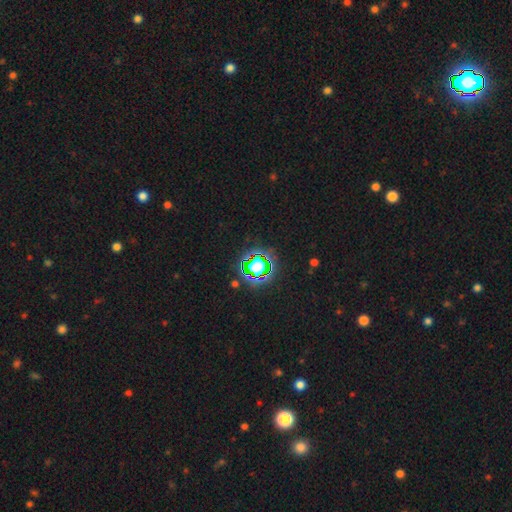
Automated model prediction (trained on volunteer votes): A star or artifact, not a galaxy (82%).

Vote fractions:
- Smooth or featured? star or artifact: 82% / smooth: 12% / featured or disk: 6%